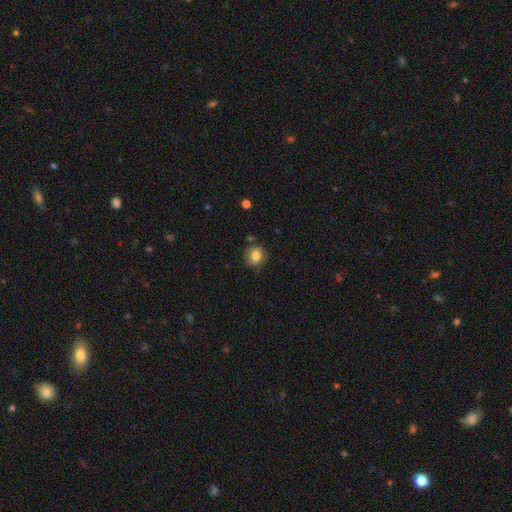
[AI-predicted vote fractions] smooth-or-featured: smooth: 81% | featured or disk: 10% | star or artifact: 10%
  how-rounded: round: 72% | in between: 27% | cigar-shaped: 1%
  merging: none: 80% | minor disturbance: 14% | merger: 3% | major disturbance: 3%